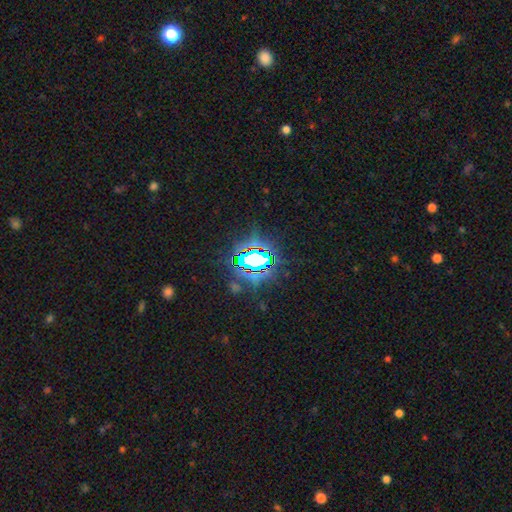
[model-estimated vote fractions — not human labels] Smooth or featured?
  - star or artifact: 78% *
  - smooth: 12%
  - featured or disk: 10%